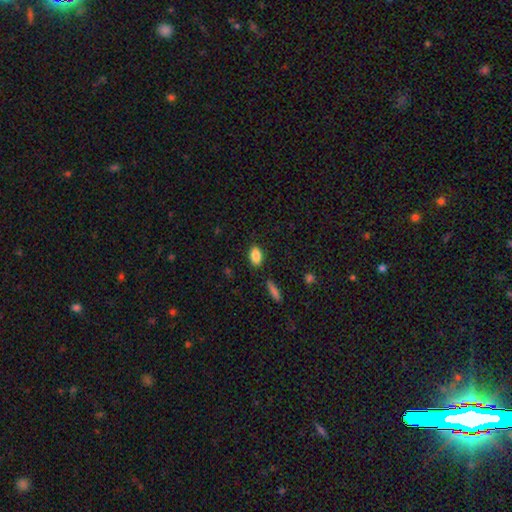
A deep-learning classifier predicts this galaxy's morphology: The model was most divided on "merging": none: 85%, minor disturbance: 10%, merger: 2%, major disturbance: 2%. More confident: how rounded — in between (89%); smooth or featured — smooth (86%).